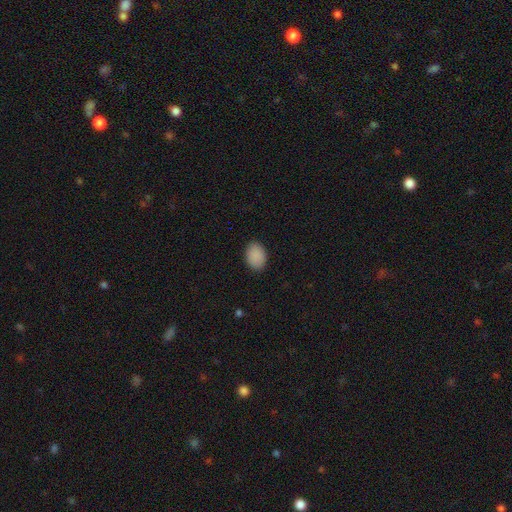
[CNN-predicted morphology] Smooth or featured?
  - smooth: 89% *
  - star or artifact: 8%
  - featured or disk: 3%
How rounded?
  - in between: 77% *
  - round: 22%
  - cigar-shaped: 1%
Merging?
  - none: 88% *
  - minor disturbance: 9%
  - major disturbance: 2%
  - merger: 1%